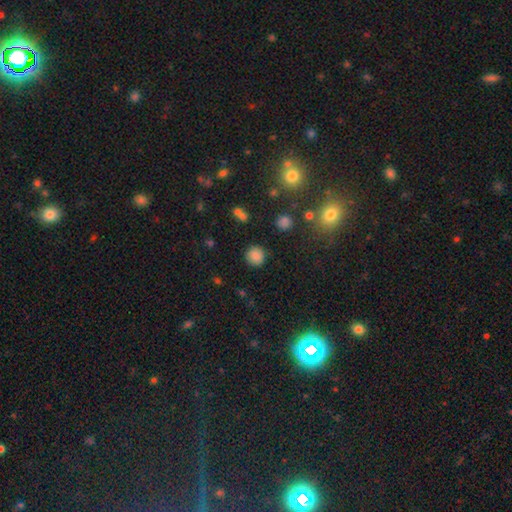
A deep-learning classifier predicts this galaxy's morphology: Smooth or featured?
  - smooth: 83% *
  - star or artifact: 12%
  - featured or disk: 5%
How rounded?
  - round: 92% *
  - in between: 7%
  - cigar-shaped: 1%
Merging?
  - none: 88% *
  - minor disturbance: 7%
  - major disturbance: 3%
  - merger: 2%